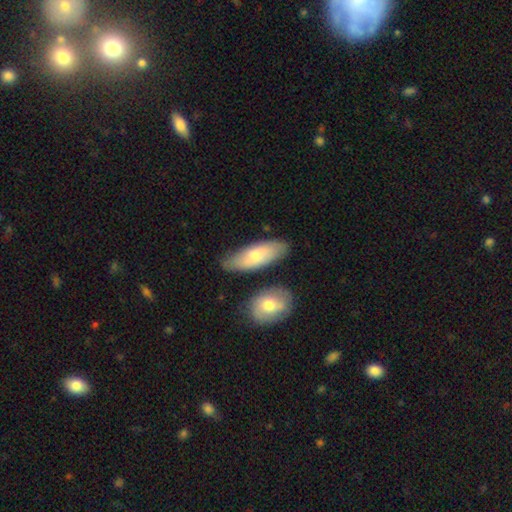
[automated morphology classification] A smooth galaxy with no disk features (69%) that is in between round and cigar-shaped (74%).

Vote fractions:
- Smooth or featured? smooth: 69% / featured or disk: 25% / star or artifact: 5%
- How rounded? in between: 74% / cigar-shaped: 23% / round: 2%
- Merging? none: 74% / minor disturbance: 15% / merger: 7% / major disturbance: 3%